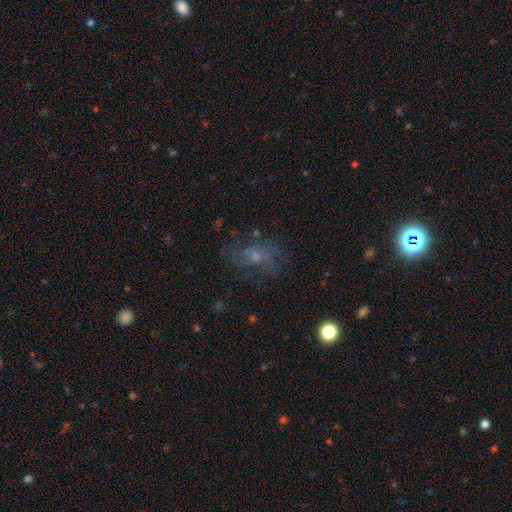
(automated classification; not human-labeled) Overall: featured or disk (45%; smooth 33%). Merging: none (60%).